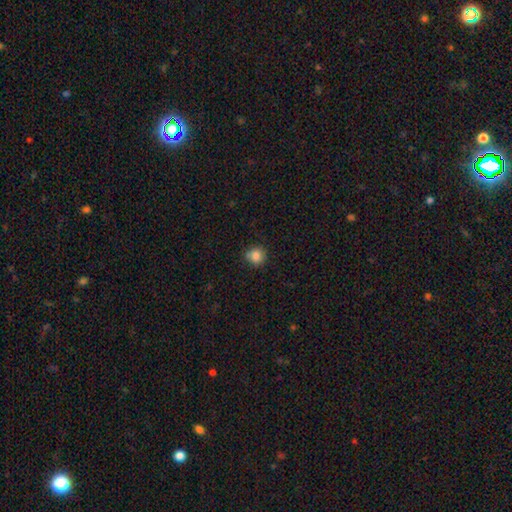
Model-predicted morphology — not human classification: Smooth or featured: smooth — 84% (star or artifact — 11%)
How rounded: round — 85% (in between — 14%)
Merging: none — 73% (minor disturbance — 18%)